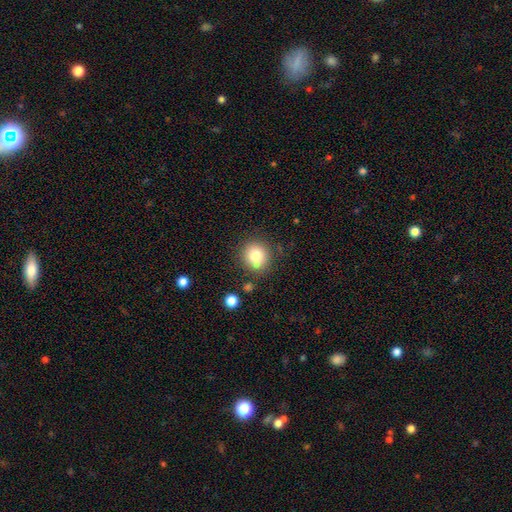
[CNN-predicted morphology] A smooth galaxy with no disk features (78%) that is round (88%).

Vote fractions:
- Smooth or featured? smooth: 78% / featured or disk: 11% / star or artifact: 11%
- How rounded? round: 88% / in between: 11% / cigar-shaped: 1%
- Merging? none: 75% / minor disturbance: 13% / merger: 9% / major disturbance: 4%